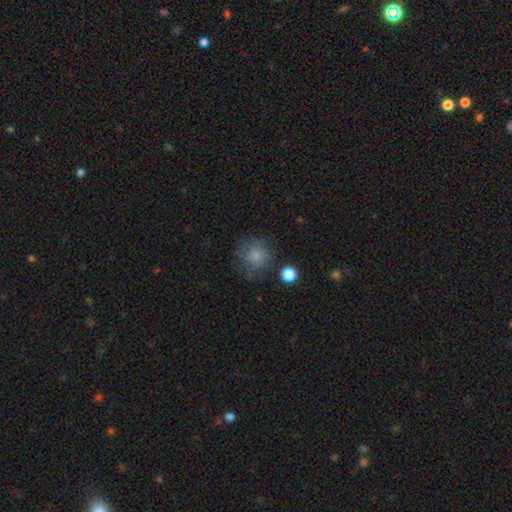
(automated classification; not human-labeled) smooth-or-featured: smooth: 69% | featured or disk: 18% | star or artifact: 12%
  how-rounded: round: 86% | in between: 13% | cigar-shaped: 1%
  merging: none: 60% | minor disturbance: 22% | major disturbance: 14% | merger: 3%